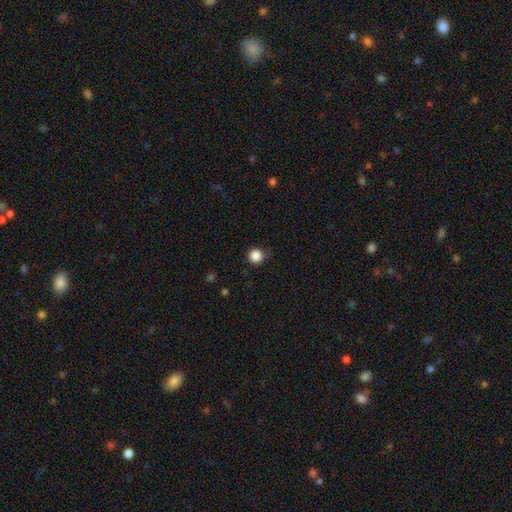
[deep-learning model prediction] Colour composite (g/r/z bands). It shows a smooth galaxy with no disk features (85%) that is round (94%). Merging: none (81%).